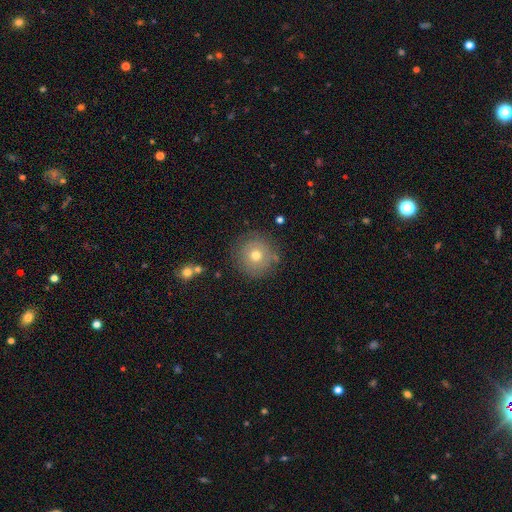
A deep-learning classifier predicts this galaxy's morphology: A smooth galaxy with no disk features (65%) that is round (95%). Merging: none (82%).